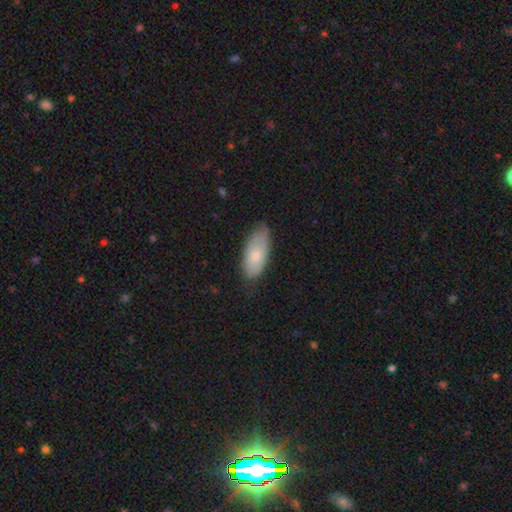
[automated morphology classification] Smooth or featured: smooth — 71% (featured or disk — 23%)
How rounded: in between — 90% (cigar-shaped — 7%)
Merging: none — 69% (minor disturbance — 26%)